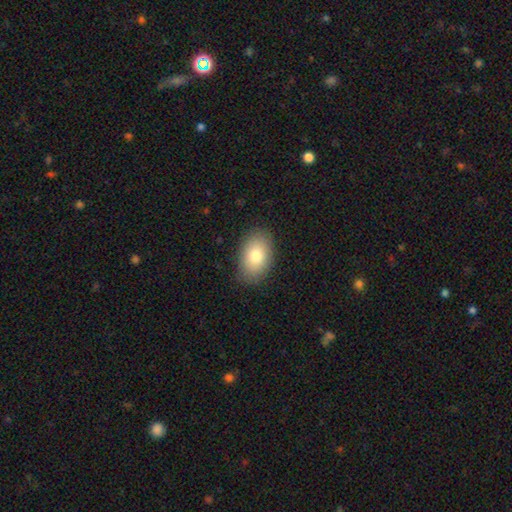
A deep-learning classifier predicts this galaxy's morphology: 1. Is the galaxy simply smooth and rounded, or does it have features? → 80% smooth, 13% featured or disk, 8% star or artifact.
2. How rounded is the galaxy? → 87% in between, 11% round, 1% cigar-shaped.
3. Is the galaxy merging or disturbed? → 85% none, 11% minor disturbance, 3% major disturbance, 1% merger.